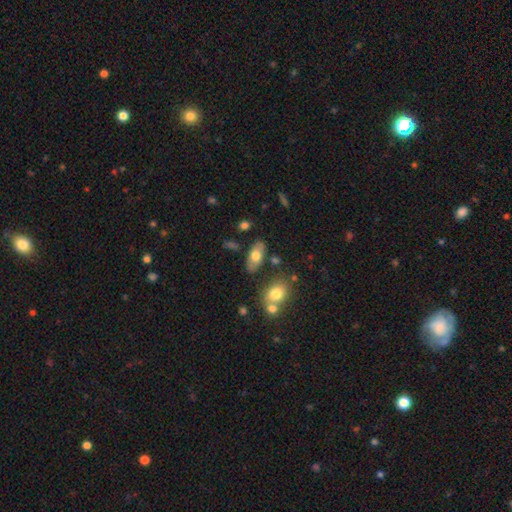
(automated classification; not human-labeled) Smooth or featured? smooth (67%)
How rounded? in between (87%)
Merging? none (78%)